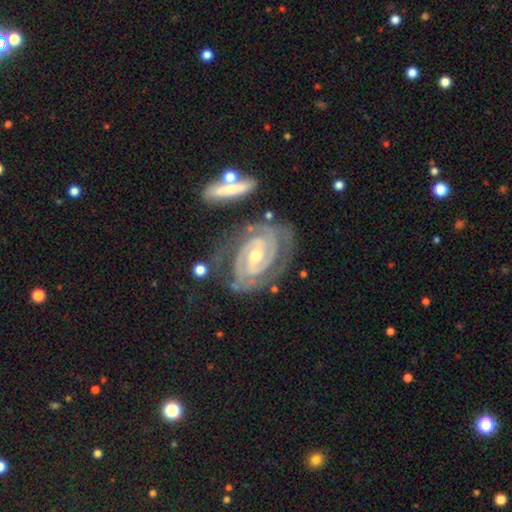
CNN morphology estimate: The model was most divided on "bar": weak: 38%, no: 36%, strong: 26%. More confident: spiral arms — yes (98%); edge-on disk — no (97%); smooth or featured — featured or disk (92%); spiral winding — tight (77%); spiral arm count — 2 (77%); merging — none (69%); bulge size — moderate (53%).